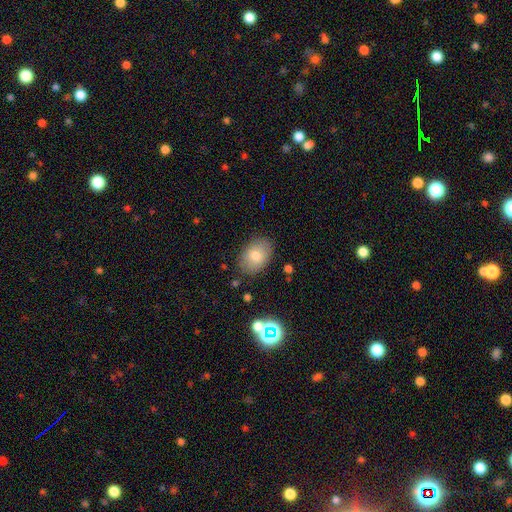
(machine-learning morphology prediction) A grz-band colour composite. It shows a smooth galaxy with no disk features (78%) that is in between round and cigar-shaped (80%). Merging: none (83%).